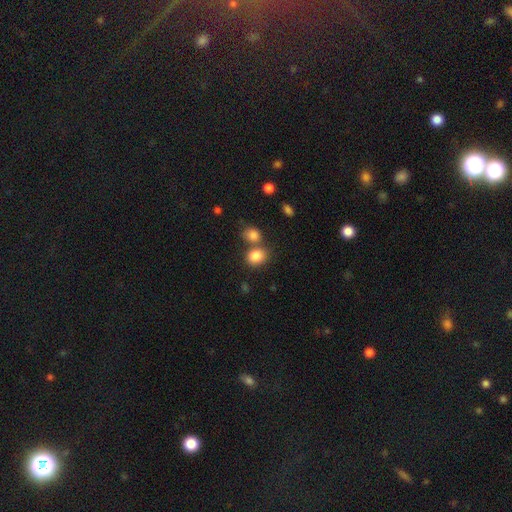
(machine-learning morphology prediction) This appears to be a smooth galaxy with no disk features (84%) that is round (57%). Merging: none (55%).